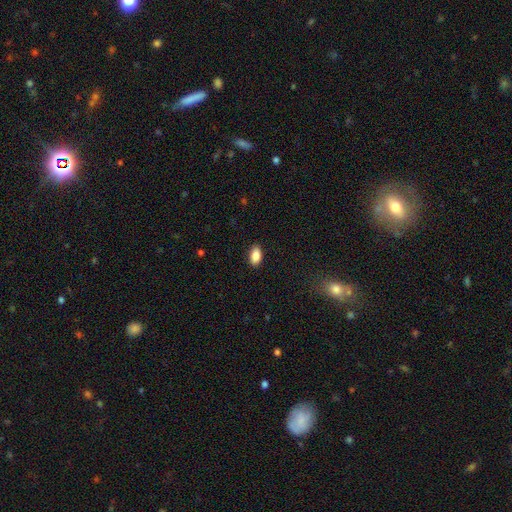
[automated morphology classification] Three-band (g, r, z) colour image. It shows a smooth galaxy with no disk features (88%) that is in between round and cigar-shaped (92%). Merging: none (89%).